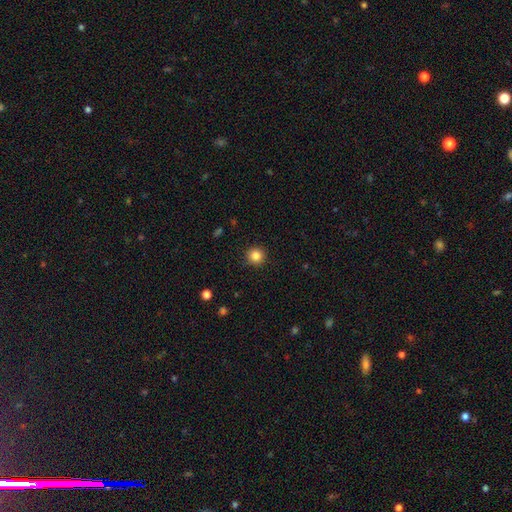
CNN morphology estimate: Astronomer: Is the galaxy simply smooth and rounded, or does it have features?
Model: smooth — 84%.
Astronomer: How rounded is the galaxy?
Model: round — 95%.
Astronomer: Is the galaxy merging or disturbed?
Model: none — 91%.